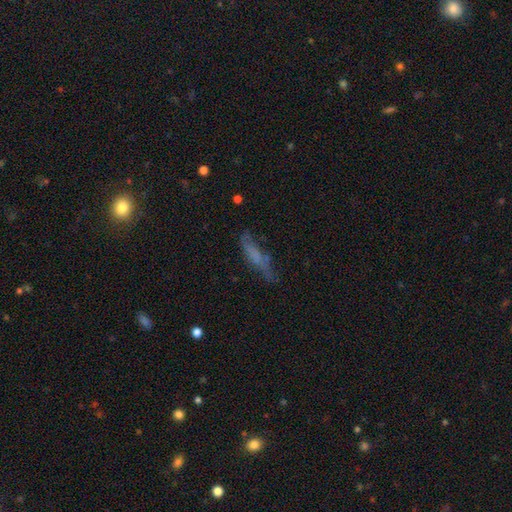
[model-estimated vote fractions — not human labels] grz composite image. It shows a smooth galaxy with no disk features (50%) that is cigar-shaped (74%). Merging: none (56%).